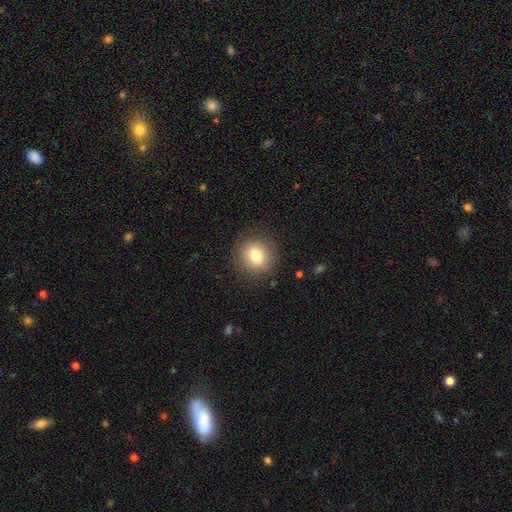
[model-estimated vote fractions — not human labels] This is clearly a smooth galaxy (80%). How rounded: clearly round (80%). Merging: clearly none (87%).